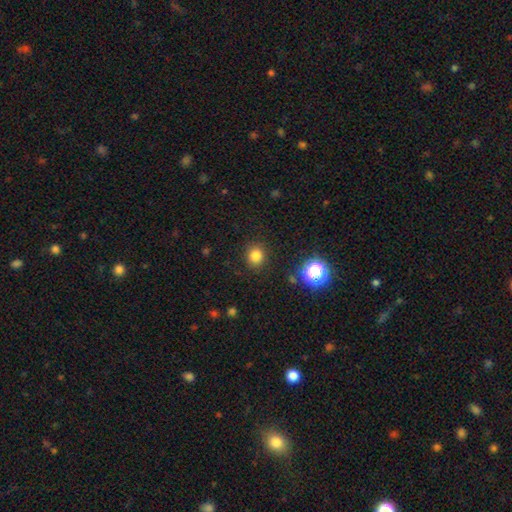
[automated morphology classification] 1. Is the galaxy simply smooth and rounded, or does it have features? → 80% smooth, 15% star or artifact, 5% featured or disk.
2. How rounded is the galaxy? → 80% round, 19% in between, 1% cigar-shaped.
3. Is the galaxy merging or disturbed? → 88% none, 7% minor disturbance, 3% major disturbance, 1% merger.